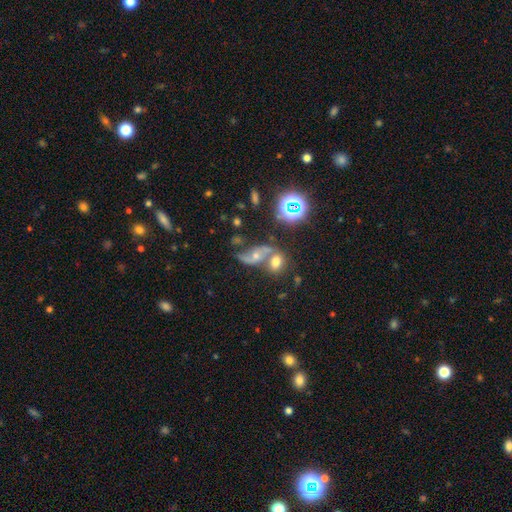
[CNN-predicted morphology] Smooth or featured: featured or disk — 52% (smooth — 28%)
Edge-on disk: no — 94% (yes — 6%)
Merging: merger — 47% (none — 31%)